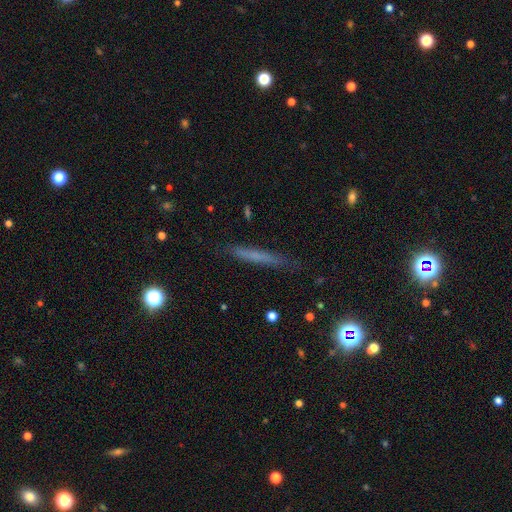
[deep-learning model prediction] Q: Smooth or featured?
A: smooth (56%); runner-up: featured or disk (33%)
Q: How rounded?
A: cigar-shaped (94%); runner-up: in between (4%)
Q: Merging?
A: none (83%); runner-up: minor disturbance (12%)